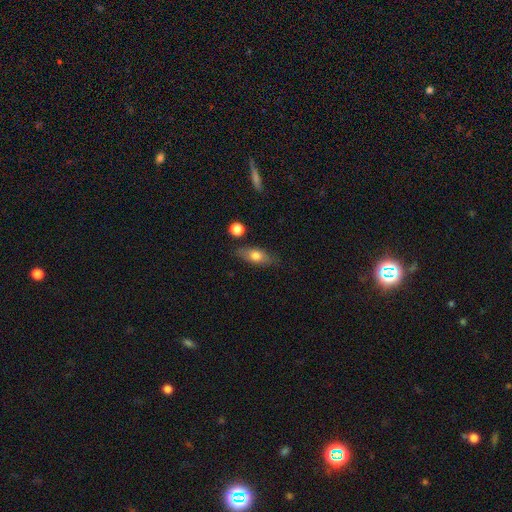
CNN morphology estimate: smooth_or_featured: smooth (p=0.70) [alt: featured or disk p=0.23]
how_rounded: in between (p=0.73) [alt: cigar-shaped p=0.21]
merging: none (p=0.78) [alt: minor disturbance p=0.15]